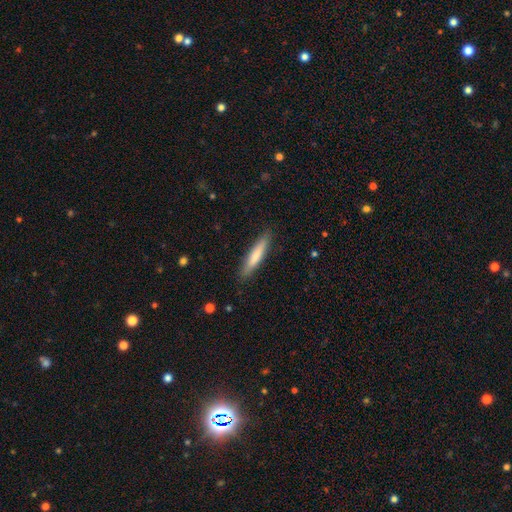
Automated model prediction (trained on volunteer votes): A smooth galaxy with no disk features (75%) that is cigar-shaped (90%). Merging: none (89%).